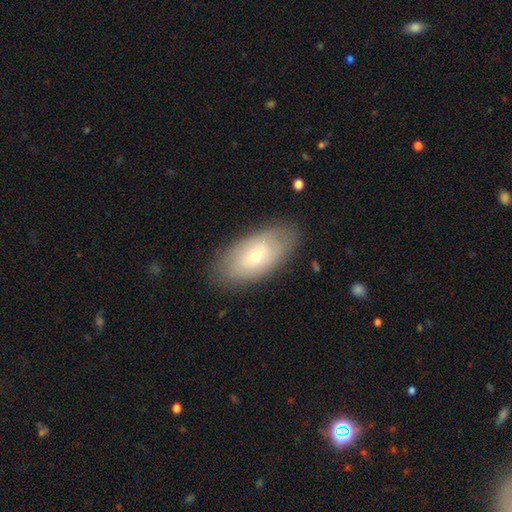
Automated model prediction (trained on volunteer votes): Smooth or featured?
  - smooth: 49% *
  - featured or disk: 44%
  - star or artifact: 7%
Merging?
  - none: 82% *
  - minor disturbance: 13%
  - major disturbance: 4%
  - merger: 1%